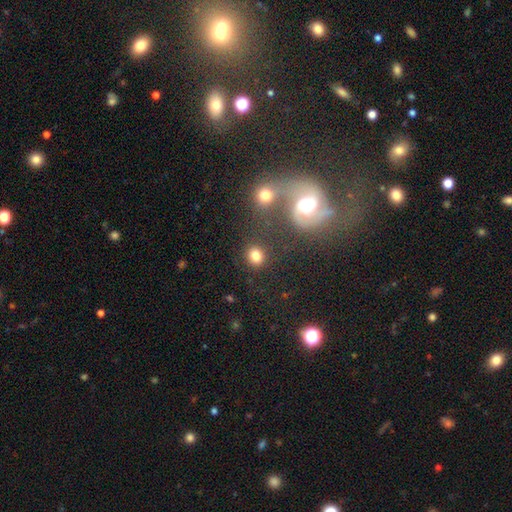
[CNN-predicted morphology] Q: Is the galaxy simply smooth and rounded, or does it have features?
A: smooth — 82%.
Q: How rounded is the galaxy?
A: round — 72%.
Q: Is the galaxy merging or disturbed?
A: none — 79%.